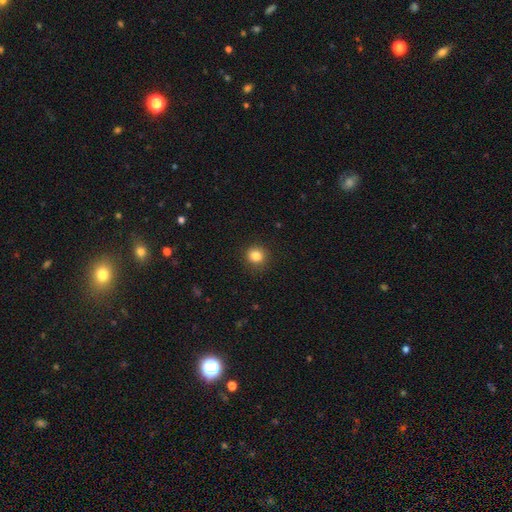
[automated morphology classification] type=smooth (85%); roundness=round (89%); merging=none (89%).